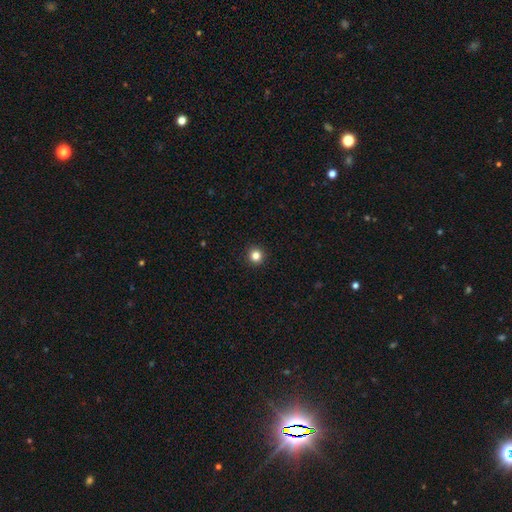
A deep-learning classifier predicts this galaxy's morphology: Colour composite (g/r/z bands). It shows a smooth galaxy with no disk features (83%) that is round (95%). Merging: none (94%).